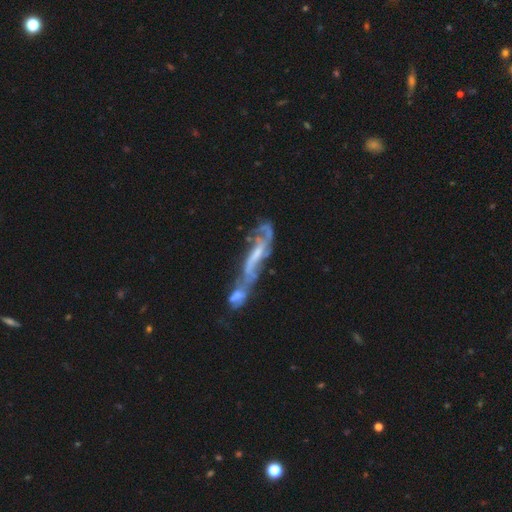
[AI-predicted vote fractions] featured or disk 77%, smooth 15%, star or artifact 8%. Down the decision tree: edge-on disk — no (80%); bar — weak (39%); spiral arms — yes (82%); spiral arm count — 2 (55%); spiral winding — loose (43%); bulge size — small (43%); merging — merger (61%).